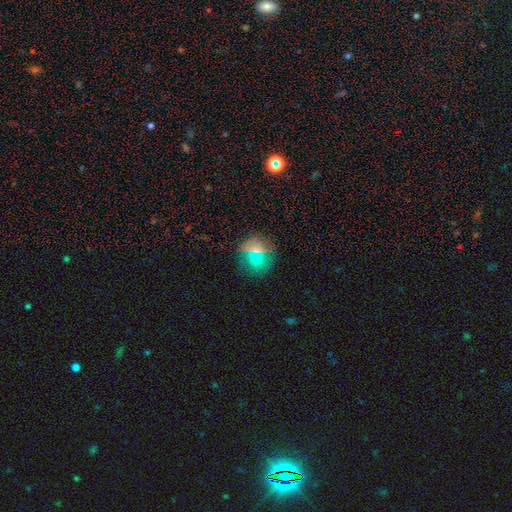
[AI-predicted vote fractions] This appears to be a smooth galaxy with no disk features (67%) that is round (82%). Merging: none (78%).